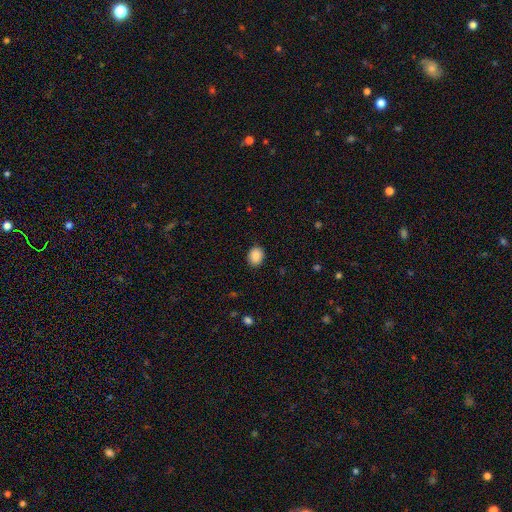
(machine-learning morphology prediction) smooth 88%, star or artifact 8%, featured or disk 4%. Down the decision tree: how rounded — round (52%); merging — none (88%).